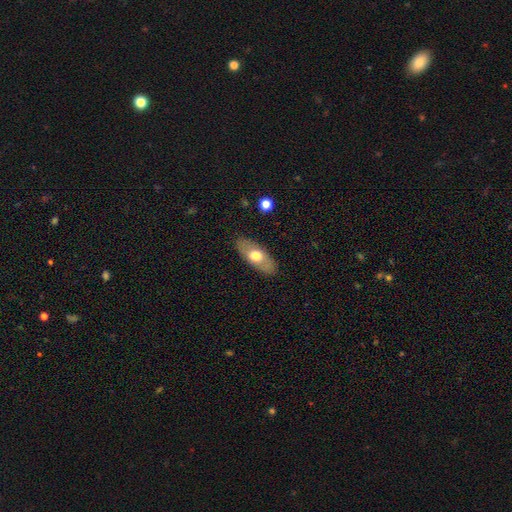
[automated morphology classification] Smooth or featured?
  - smooth: 59% *
  - featured or disk: 35%
  - star or artifact: 6%
How rounded?
  - in between: 85% *
  - cigar-shaped: 12%
  - round: 4%
Merging?
  - none: 86% *
  - minor disturbance: 10%
  - major disturbance: 3%
  - merger: 1%